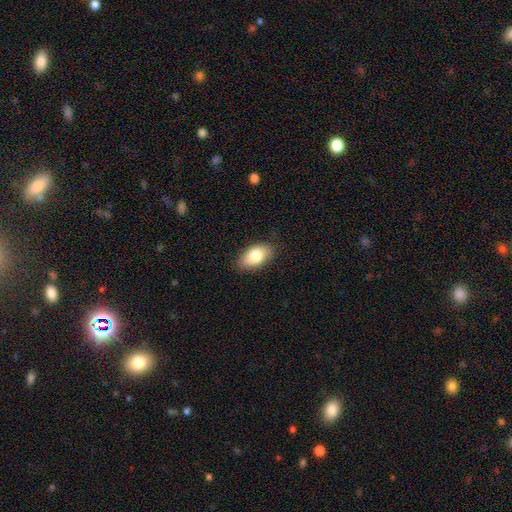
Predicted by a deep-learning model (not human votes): Q: Smooth or featured?
A: smooth (82%); runner-up: featured or disk (12%)
Q: How rounded?
A: in between (93%); runner-up: round (5%)
Q: Merging?
A: none (83%); runner-up: minor disturbance (13%)